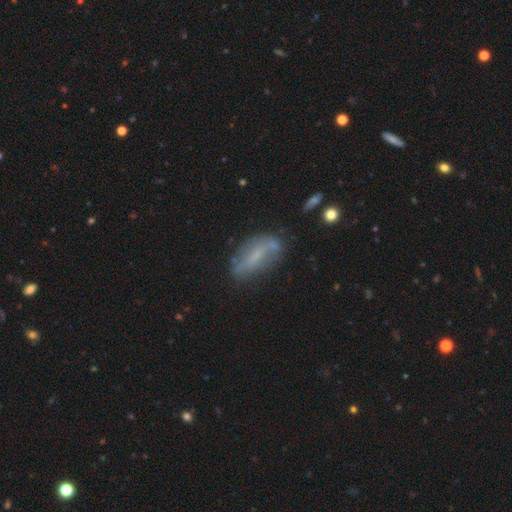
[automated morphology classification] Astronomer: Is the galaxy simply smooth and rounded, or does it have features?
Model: featured or disk — 50% (runner-up: smooth, 40%).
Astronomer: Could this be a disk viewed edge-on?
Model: no — 83%.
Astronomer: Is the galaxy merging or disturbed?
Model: none — 62%.